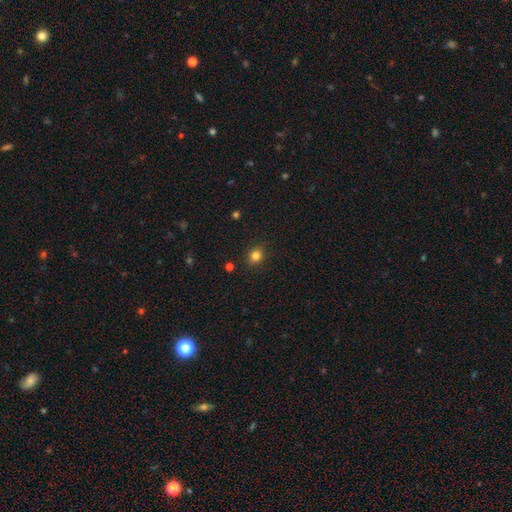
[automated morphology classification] Smooth or featured?
  - smooth: 82% *
  - star or artifact: 13%
  - featured or disk: 5%
How rounded?
  - round: 68% *
  - in between: 31%
  - cigar-shaped: 1%
Merging?
  - none: 88% *
  - minor disturbance: 9%
  - major disturbance: 2%
  - merger: 1%